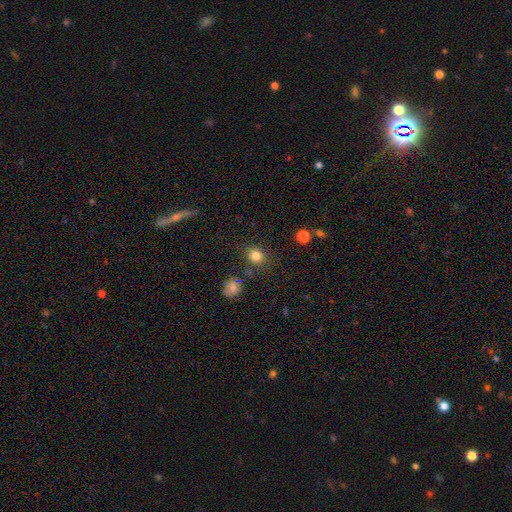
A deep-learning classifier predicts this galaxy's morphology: smooth-or-featured: smooth: 81% | star or artifact: 13% | featured or disk: 6%
  how-rounded: round: 70% | in between: 29% | cigar-shaped: 1%
  merging: none: 82% | minor disturbance: 11% | major disturbance: 4% | merger: 4%